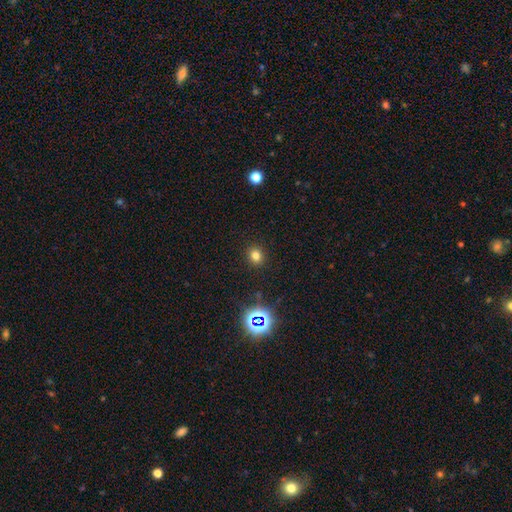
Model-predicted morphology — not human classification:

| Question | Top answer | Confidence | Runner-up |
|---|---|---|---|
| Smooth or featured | smooth | 75% | star or artifact (19%) |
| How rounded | round | 76% | in between (23%) |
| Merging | none | 90% | minor disturbance (6%) |